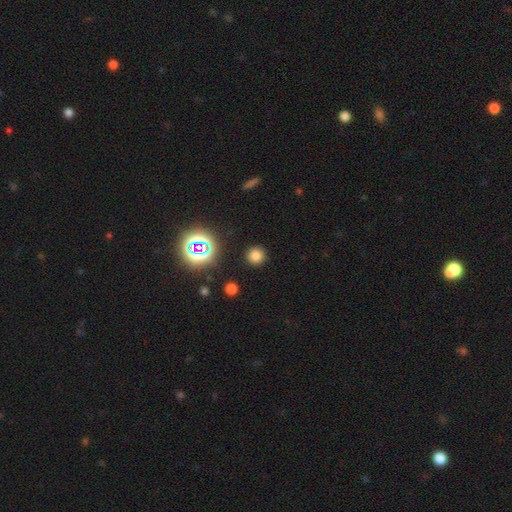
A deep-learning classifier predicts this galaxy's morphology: Smooth or featured?
  - smooth: 74% *
  - star or artifact: 21%
  - featured or disk: 6%
How rounded?
  - round: 94% *
  - in between: 5%
  - cigar-shaped: 1%
Merging?
  - none: 90% *
  - minor disturbance: 6%
  - major disturbance: 2%
  - merger: 2%